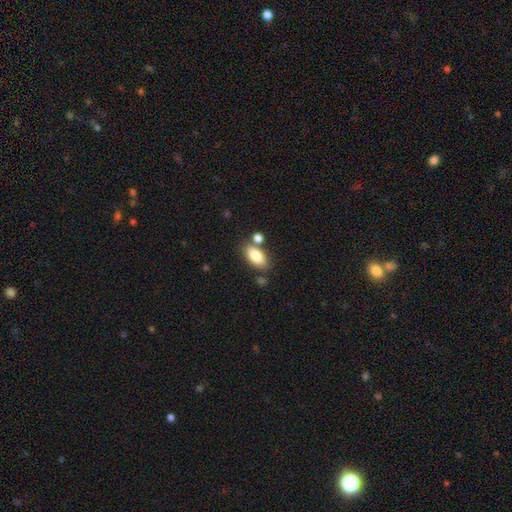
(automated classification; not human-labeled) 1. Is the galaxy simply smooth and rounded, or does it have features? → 82% smooth, 10% featured or disk, 7% star or artifact.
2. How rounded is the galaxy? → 89% in between, 6% cigar-shaped, 5% round.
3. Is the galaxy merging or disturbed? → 70% none, 15% merger, 12% minor disturbance, 3% major disturbance.